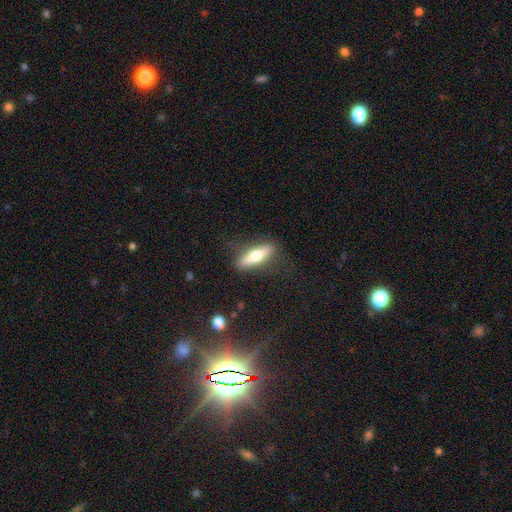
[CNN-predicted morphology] A smooth galaxy with no disk features (60%) that is cigar-shaped (65%).

Vote fractions:
- Smooth or featured? smooth: 60% / featured or disk: 34% / star or artifact: 6%
- How rounded? cigar-shaped: 65% / in between: 33% / round: 2%
- Merging? none: 83% / minor disturbance: 12% / major disturbance: 4% / merger: 1%